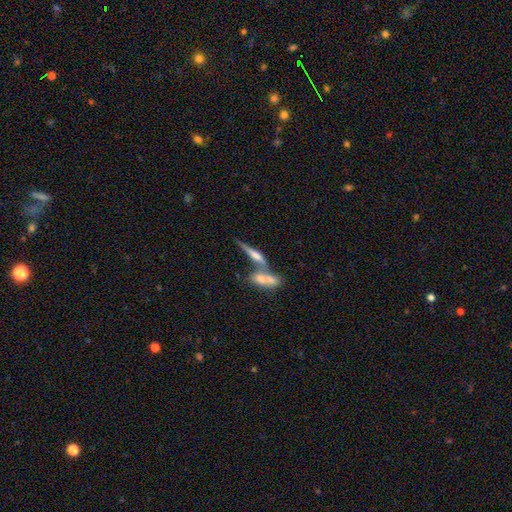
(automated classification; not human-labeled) featured or disk 50%, smooth 41%, star or artifact 9%. Down the decision tree: merging — merger (51%).